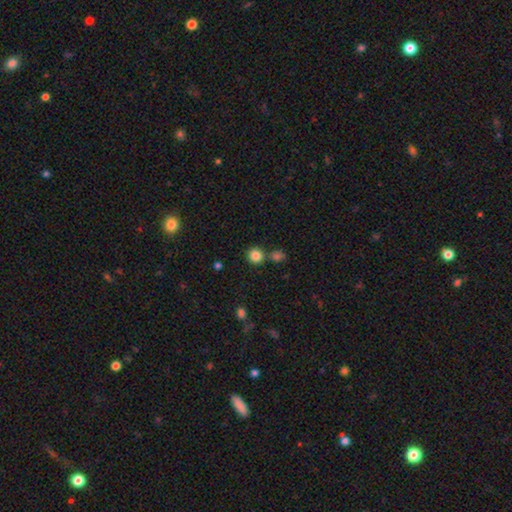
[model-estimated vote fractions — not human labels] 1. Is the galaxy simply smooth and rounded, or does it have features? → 84% smooth, 11% star or artifact, 5% featured or disk.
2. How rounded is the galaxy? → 92% round, 7% in between, 1% cigar-shaped.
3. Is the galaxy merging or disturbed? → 76% none, 15% merger, 7% minor disturbance, 3% major disturbance.